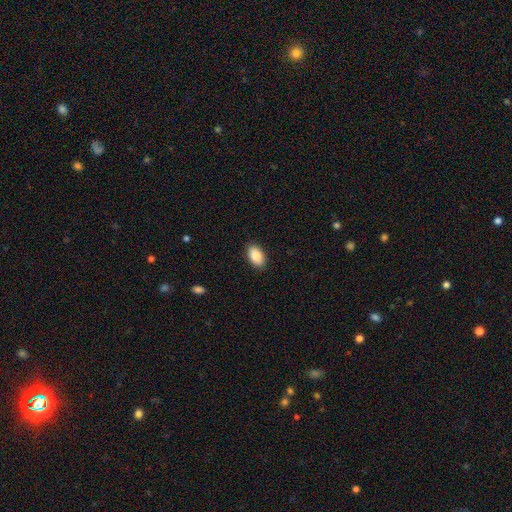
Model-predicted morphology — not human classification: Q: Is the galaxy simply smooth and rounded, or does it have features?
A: smooth — 88%.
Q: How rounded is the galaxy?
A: in between — 93%.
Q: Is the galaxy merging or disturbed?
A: none — 89%.